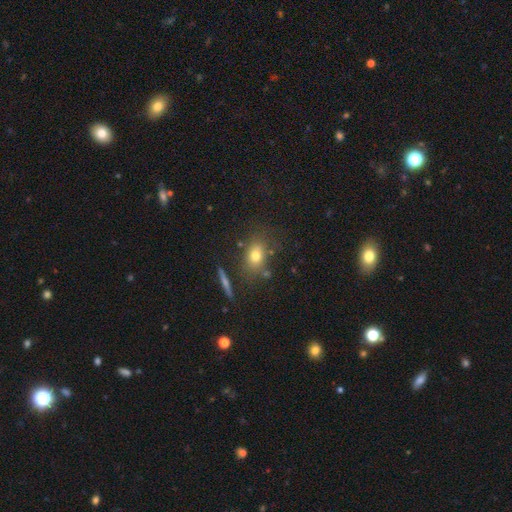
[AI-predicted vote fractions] Q: Smooth or featured?
A: smooth (71%); runner-up: featured or disk (16%)
Q: How rounded?
A: in between (62%); runner-up: round (34%)
Q: Merging?
A: none (73%); runner-up: minor disturbance (14%)